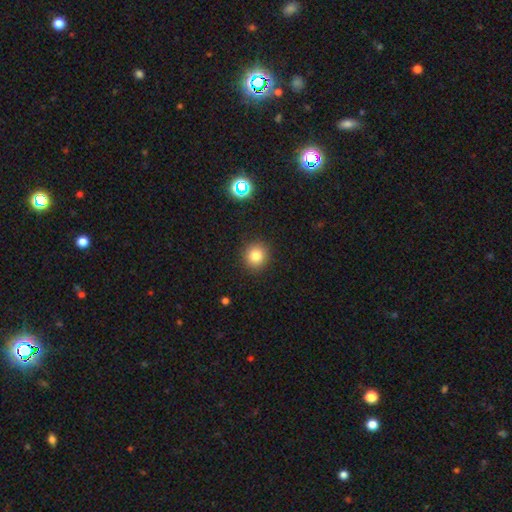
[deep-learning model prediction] smooth 81%, star or artifact 13%, featured or disk 6%. Down the decision tree: how rounded — round (92%); merging — none (91%).